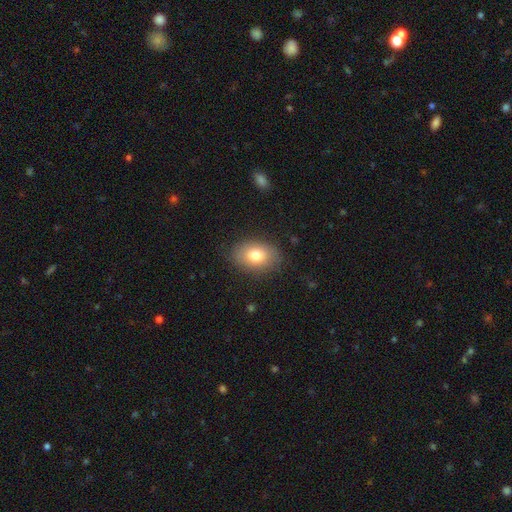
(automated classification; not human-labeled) The model was most divided on "how rounded": in between: 79%, round: 20%, cigar-shaped: 1%. More confident: merging — none (84%); smooth or featured — smooth (78%).